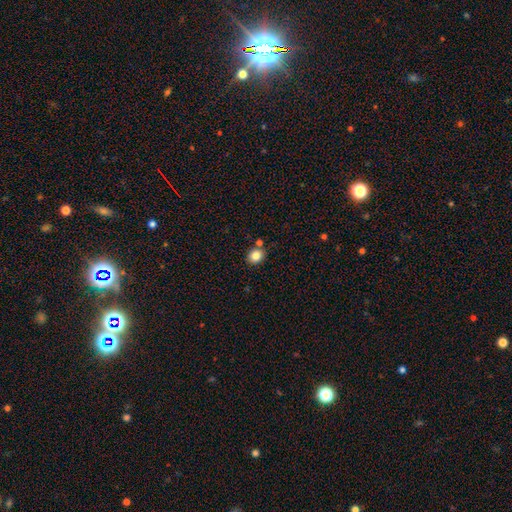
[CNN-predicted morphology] This is clearly a smooth galaxy (83%). How rounded: likely round (62%). Merging: likely none (78%).